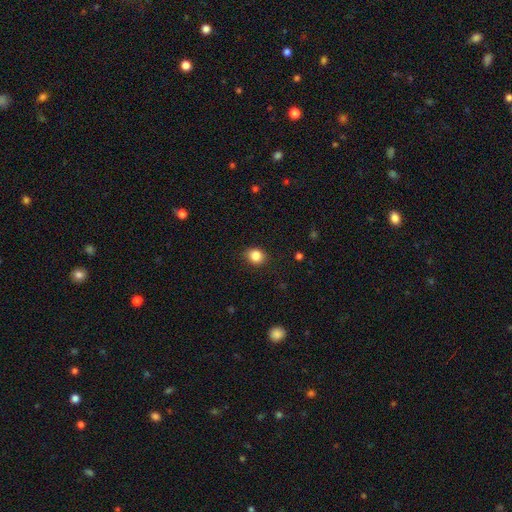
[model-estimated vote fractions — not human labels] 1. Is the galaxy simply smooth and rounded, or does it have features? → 86% smooth, 10% star or artifact, 4% featured or disk.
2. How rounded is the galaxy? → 66% round, 34% in between, 1% cigar-shaped.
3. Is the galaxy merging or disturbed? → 83% none, 13% minor disturbance, 3% major disturbance, 1% merger.